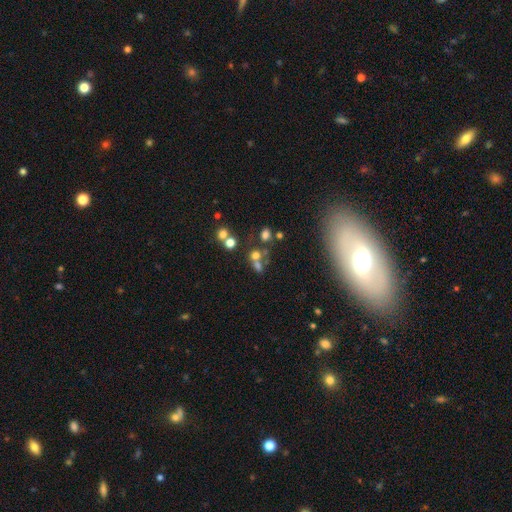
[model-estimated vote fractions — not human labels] This appears to be a smooth galaxy with no disk features (59%) that is round (73%). Merging: none (42%).